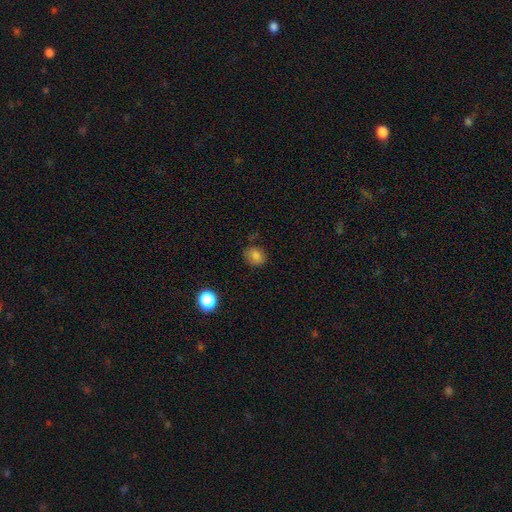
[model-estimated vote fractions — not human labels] smooth-or-featured: smooth: 82% | star or artifact: 12% | featured or disk: 6%
  how-rounded: round: 67% | in between: 32% | cigar-shaped: 1%
  merging: none: 76% | minor disturbance: 18% | major disturbance: 4% | merger: 2%